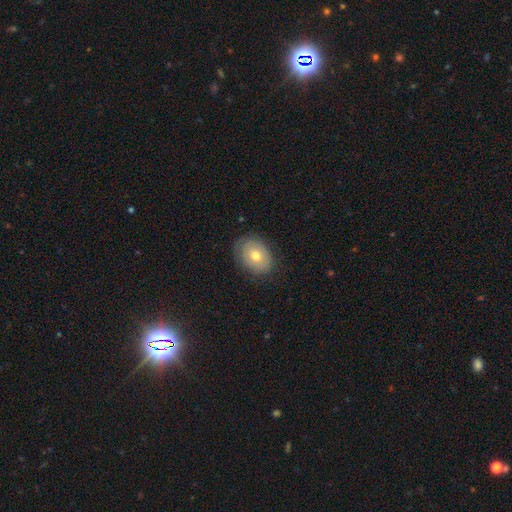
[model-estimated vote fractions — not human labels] The model was most divided on "how rounded": in between: 68%, round: 31%, cigar-shaped: 1%. More confident: merging — none (80%); smooth or featured — smooth (65%).